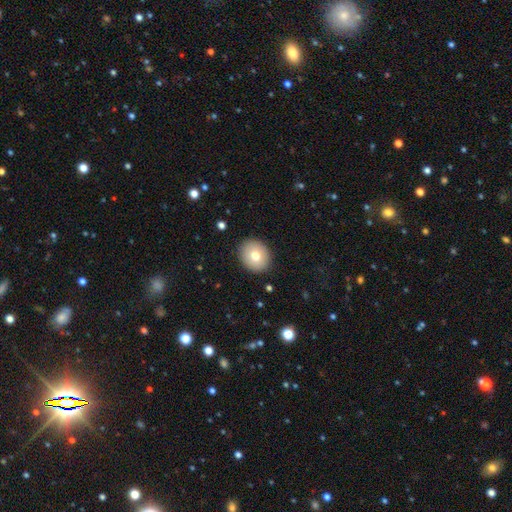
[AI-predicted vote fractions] smooth-or-featured: smooth: 75% | featured or disk: 16% | star or artifact: 9%
  how-rounded: round: 75% | in between: 25% | cigar-shaped: 1%
  merging: none: 90% | minor disturbance: 7% | major disturbance: 2% | merger: 1%